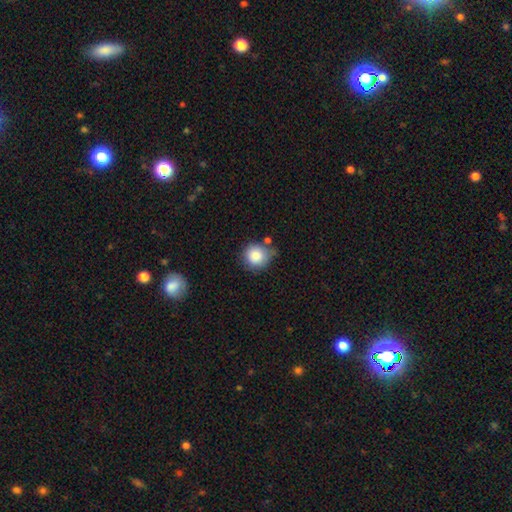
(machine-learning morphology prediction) Smooth or featured? smooth (85%)
How rounded? round (90%)
Merging? none (59%)